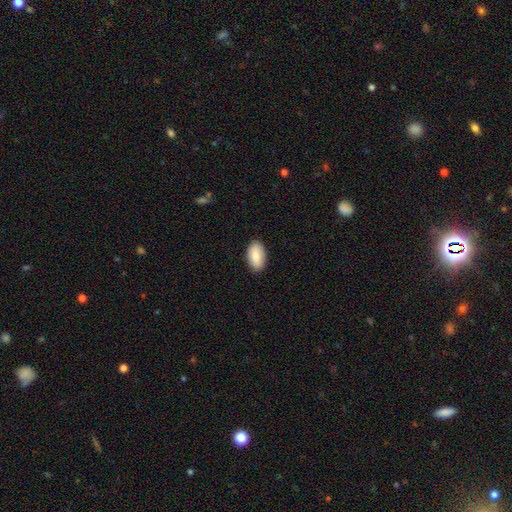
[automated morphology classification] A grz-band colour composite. It shows a smooth galaxy with no disk features (87%) that is in between round and cigar-shaped (94%). Merging: none (89%).